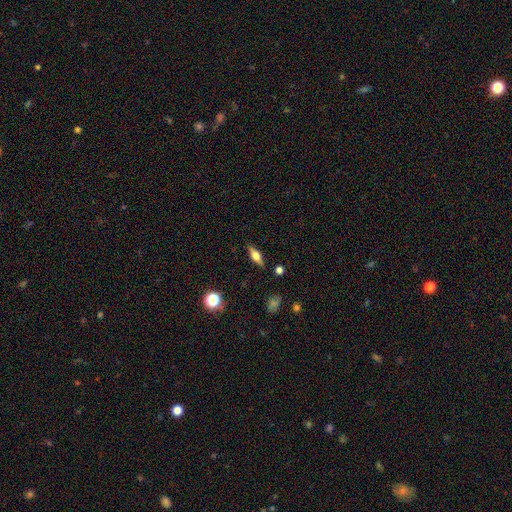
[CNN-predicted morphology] Smooth or featured? smooth (46%)
Merging? none (86%)